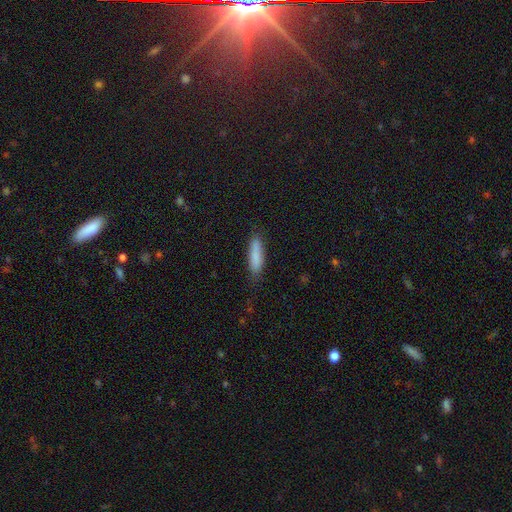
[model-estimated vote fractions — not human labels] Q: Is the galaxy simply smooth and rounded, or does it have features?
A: smooth — 85%.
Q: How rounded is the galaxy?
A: cigar-shaped — 71%.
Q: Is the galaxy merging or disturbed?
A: none — 81%.